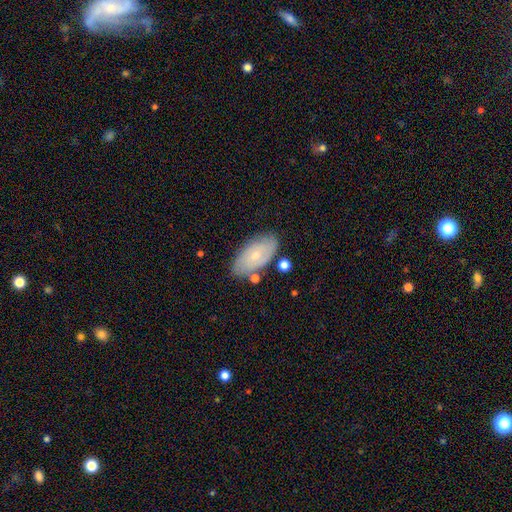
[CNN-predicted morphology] type=featured or disk (48%); merging=none (75%).